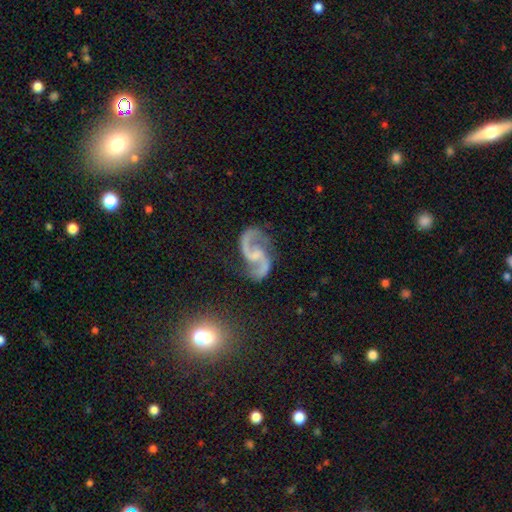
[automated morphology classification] Smooth or featured?
  - featured or disk: 92% *
  - star or artifact: 4%
  - smooth: 3%
Edge-on disk?
  - no: 98% *
  - yes: 2%
Bar?
  - weak: 45% *
  - no: 41%
  - strong: 14%
Spiral arms?
  - yes: 98% *
  - no: 2%
Spiral winding?
  - loose: 56% *
  - medium: 38%
  - tight: 6%
Spiral arm count?
  - 2: 94% *
  - 1: 1%
  - can't tell: 1%
  - 3: 1%
  - 4: 1%
  - more than 4: 1%
Bulge size?
  - none: 47% *
  - small: 36%
  - moderate: 14%
  - large: 2%
  - dominant: 1%
Merging?
  - none: 75% *
  - minor disturbance: 15%
  - major disturbance: 8%
  - merger: 3%